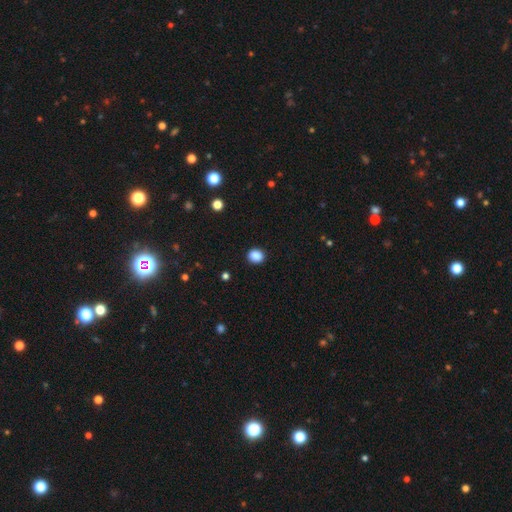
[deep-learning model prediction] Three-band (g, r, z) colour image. It shows a smooth galaxy with no disk features (88%) that is round (69%). Merging: none (90%).